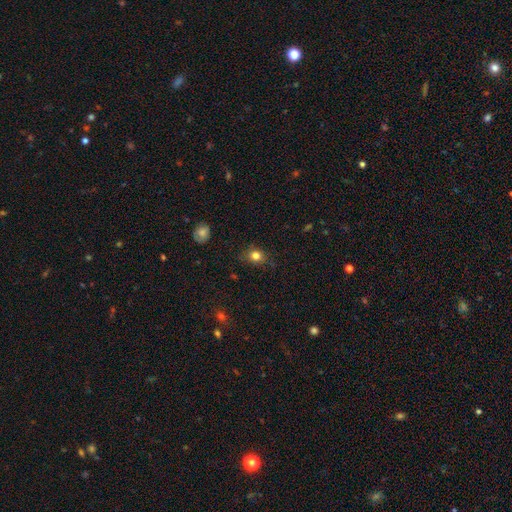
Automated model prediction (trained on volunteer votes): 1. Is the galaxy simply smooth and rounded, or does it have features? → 81% smooth, 12% star or artifact, 7% featured or disk.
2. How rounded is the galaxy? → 61% round, 38% in between, 1% cigar-shaped.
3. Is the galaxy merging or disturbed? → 78% none, 17% minor disturbance, 4% major disturbance, 1% merger.